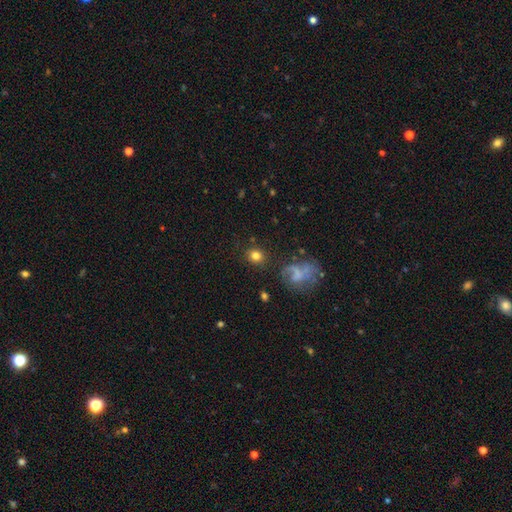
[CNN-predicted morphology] type=smooth (80%); roundness=round (76%); merging=none (84%).